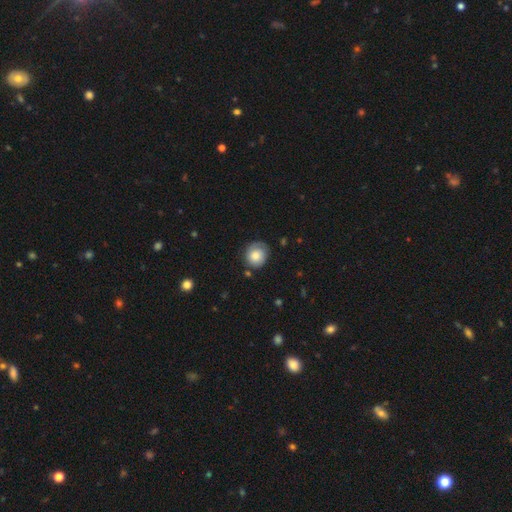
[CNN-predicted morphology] Q: Smooth or featured?
A: smooth (74%); runner-up: featured or disk (18%)
Q: How rounded?
A: round (85%); runner-up: in between (14%)
Q: Merging?
A: none (71%); runner-up: minor disturbance (21%)